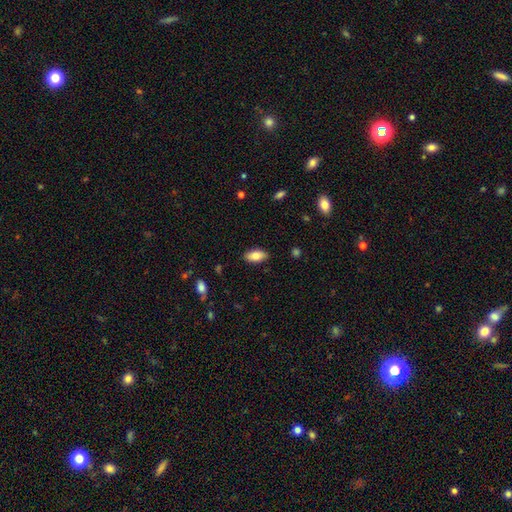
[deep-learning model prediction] Smooth or featured: smooth — 81% (featured or disk — 13%)
How rounded: in between — 91% (cigar-shaped — 6%)
Merging: none — 88% (minor disturbance — 9%)